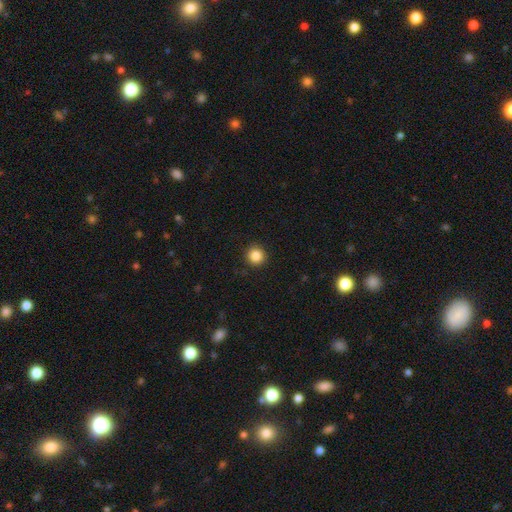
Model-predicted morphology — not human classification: Smooth or featured?
  - smooth: 87% *
  - star or artifact: 10%
  - featured or disk: 4%
How rounded?
  - round: 95% *
  - in between: 4%
  - cigar-shaped: 1%
Merging?
  - none: 92% *
  - minor disturbance: 5%
  - major disturbance: 2%
  - merger: 1%